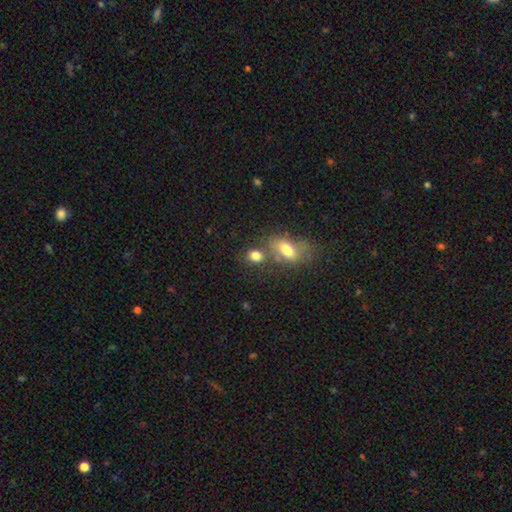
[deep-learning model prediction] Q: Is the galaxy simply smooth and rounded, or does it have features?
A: smooth — 80%.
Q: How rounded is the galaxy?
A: in between — 55%.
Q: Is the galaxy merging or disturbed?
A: none — 52%.